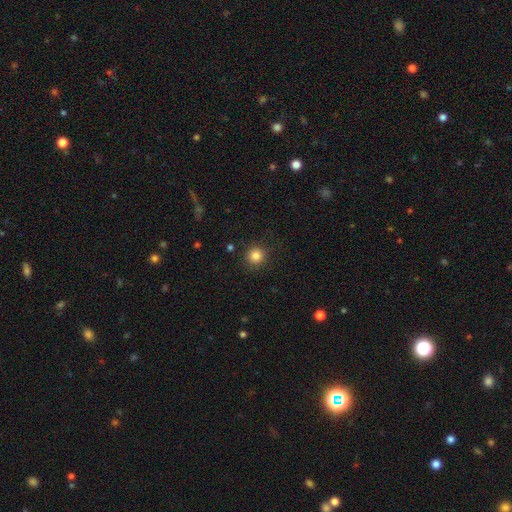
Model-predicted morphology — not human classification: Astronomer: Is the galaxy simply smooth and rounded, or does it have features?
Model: smooth — 84%.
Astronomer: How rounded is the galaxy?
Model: round — 94%.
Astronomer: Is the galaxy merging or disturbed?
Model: none — 89%.